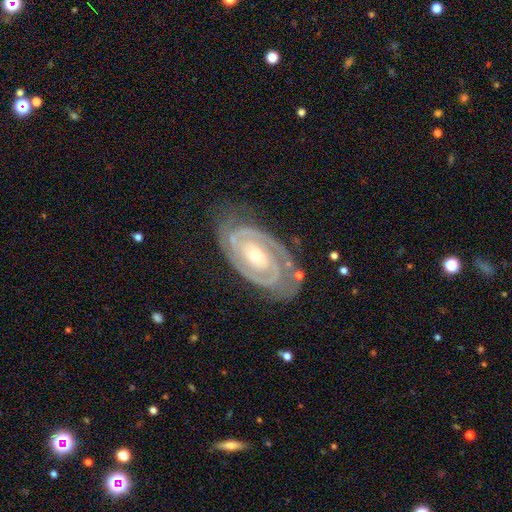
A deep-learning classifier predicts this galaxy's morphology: smooth_or_featured: featured or disk (p=0.92) [alt: star or artifact p=0.04]
disk_edge_on: no (p=0.97) [alt: yes p=0.03]
bar: no (p=0.65) [alt: weak p=0.22]
has_spiral_arms: yes (p=0.98) [alt: no p=0.02]
spiral_winding: tight (p=0.81) [alt: medium p=0.17]
spiral_arm_count: 2 (p=0.84) [alt: 3 p=0.06]
bulge_size: small (p=0.60) [alt: moderate p=0.36]
merging: none (p=0.78) [alt: minor disturbance p=0.15]